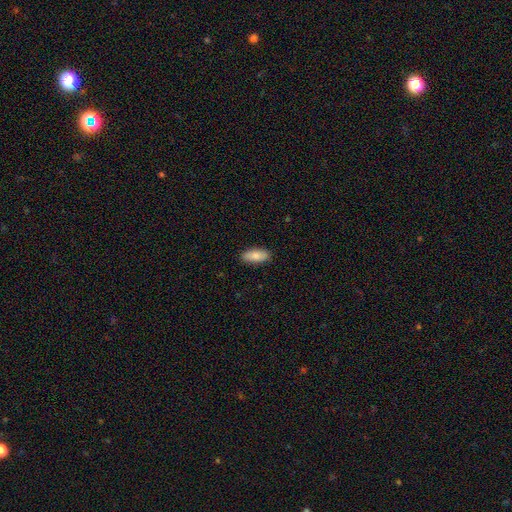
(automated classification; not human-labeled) The model was most divided on "smooth or featured": smooth: 83%, featured or disk: 11%, star or artifact: 6%. More confident: merging — none (89%); how rounded — in between (85%).